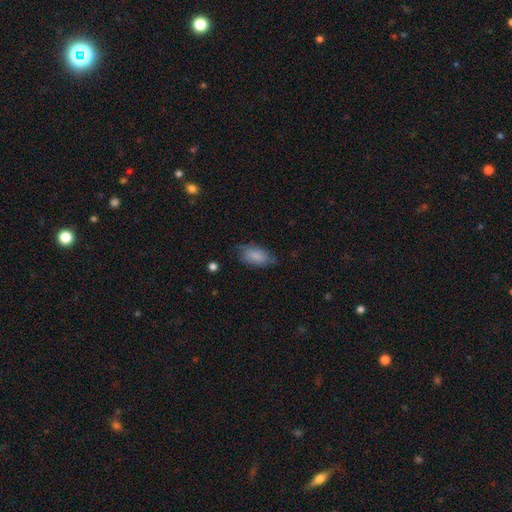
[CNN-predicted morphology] smooth 83%, featured or disk 11%, star or artifact 7%. Down the decision tree: how rounded — in between (92%); merging — none (62%).